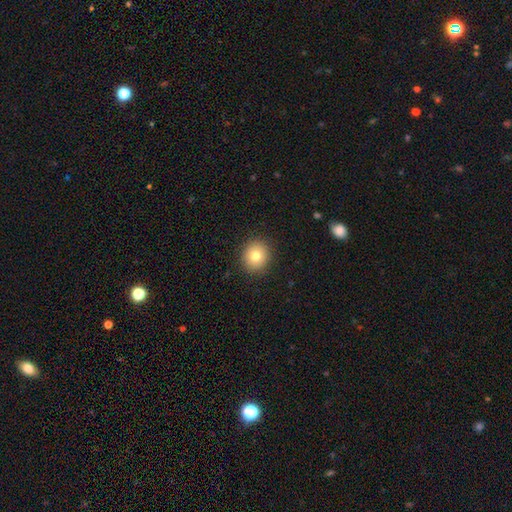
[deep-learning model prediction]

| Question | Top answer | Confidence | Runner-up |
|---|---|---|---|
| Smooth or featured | smooth | 78% | featured or disk (11%) |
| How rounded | round | 83% | in between (16%) |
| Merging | none | 91% | minor disturbance (6%) |